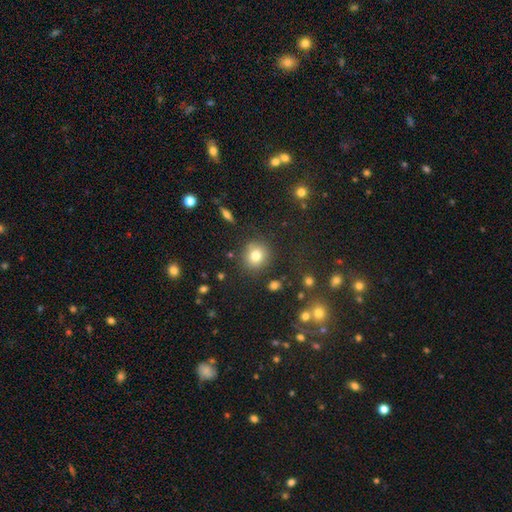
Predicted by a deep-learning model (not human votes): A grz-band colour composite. It shows a smooth galaxy with no disk features (78%) that is round (87%). Merging: none (84%).